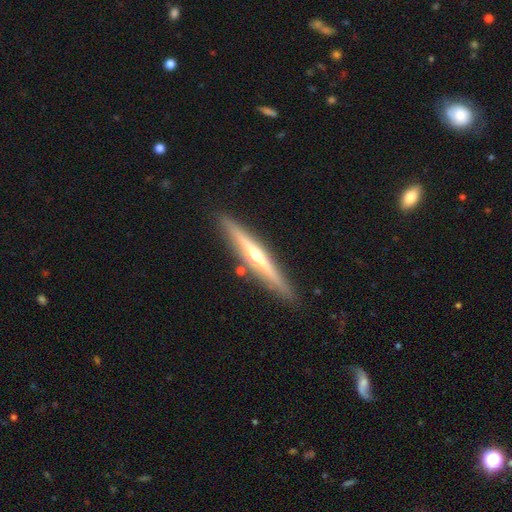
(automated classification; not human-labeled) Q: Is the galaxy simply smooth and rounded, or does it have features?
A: featured or disk — 75%.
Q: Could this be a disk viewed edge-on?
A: yes — 97%.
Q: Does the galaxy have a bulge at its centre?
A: rounded — 85%.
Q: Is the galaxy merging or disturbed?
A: none — 88%.